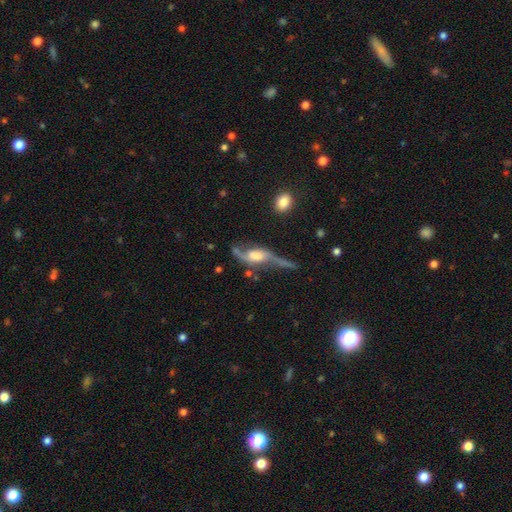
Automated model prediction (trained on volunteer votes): The model was most divided on "bar" (2-way tie): no: 41%, weak: 41%, strong: 17%. Remaining: spiral arms — yes (94%); spiral arm count — 2 (92%); smooth or featured — featured or disk (84%); edge-on disk — no (84%); spiral winding — loose (83%); merging — none (51%); bulge size — moderate (35%).